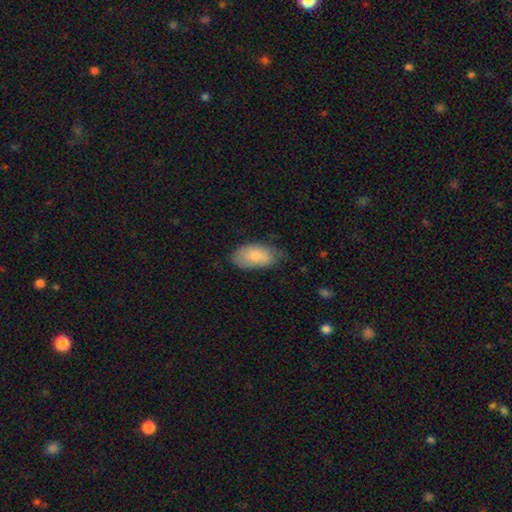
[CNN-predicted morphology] This is likely a smooth galaxy (77%). How rounded: clearly in between (94%). Merging: possibly none (56%).